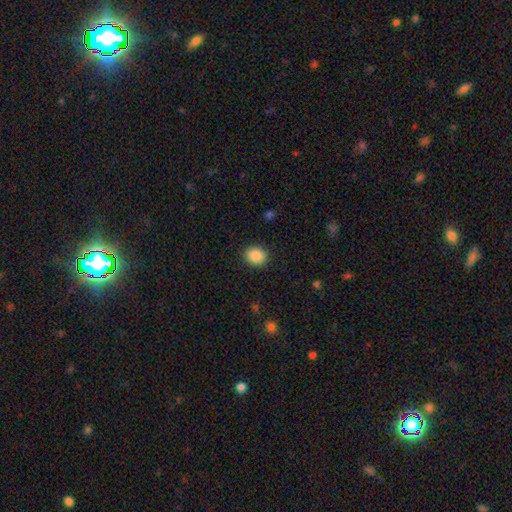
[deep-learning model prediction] This is clearly a smooth galaxy (89%). How rounded: likely round (63%). Merging: clearly none (90%).